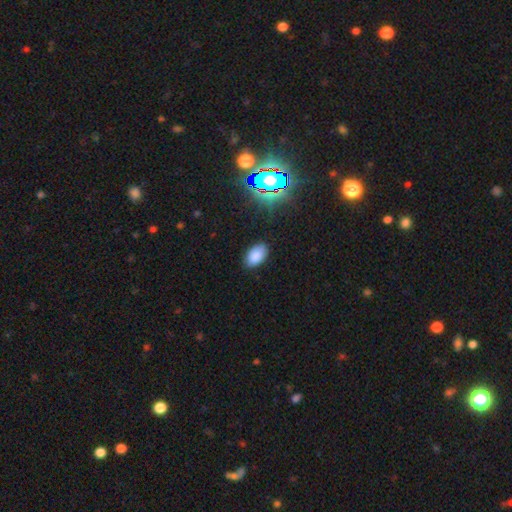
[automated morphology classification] smooth-or-featured: smooth: 82% | star or artifact: 12% | featured or disk: 6%
  how-rounded: in between: 93% | round: 6% | cigar-shaped: 1%
  merging: none: 85% | minor disturbance: 12% | major disturbance: 2% | merger: 1%